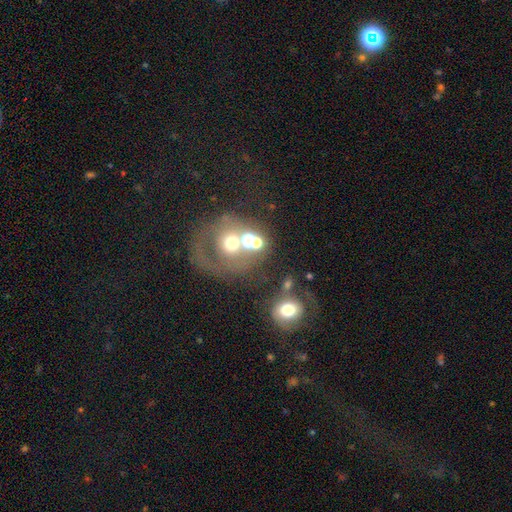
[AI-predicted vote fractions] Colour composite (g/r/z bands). It shows a featured or disk galaxy (42%). Merging: merger (38%).